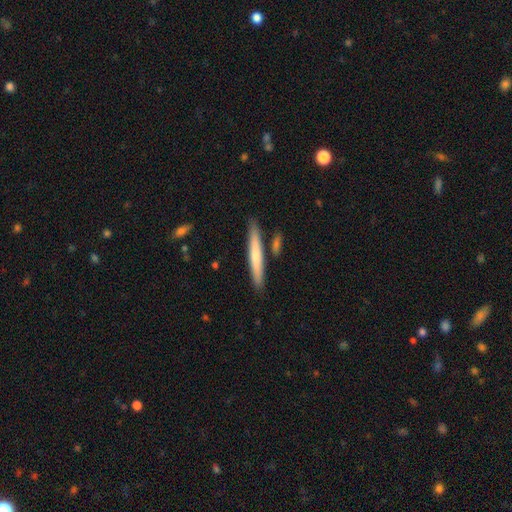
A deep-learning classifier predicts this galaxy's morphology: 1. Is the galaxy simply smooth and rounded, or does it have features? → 61% smooth, 34% featured or disk, 5% star or artifact.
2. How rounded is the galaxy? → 96% cigar-shaped, 3% in between, 1% round.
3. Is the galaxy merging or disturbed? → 85% none, 9% minor disturbance, 5% merger, 2% major disturbance.